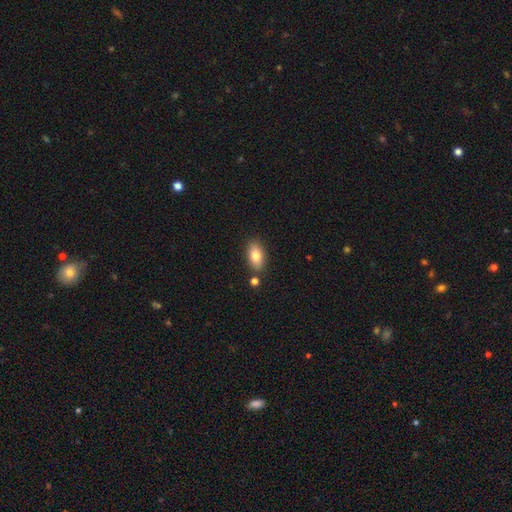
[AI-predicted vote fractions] Overall: smooth (80%). How rounded: in between (89%). Merging: none (80%).